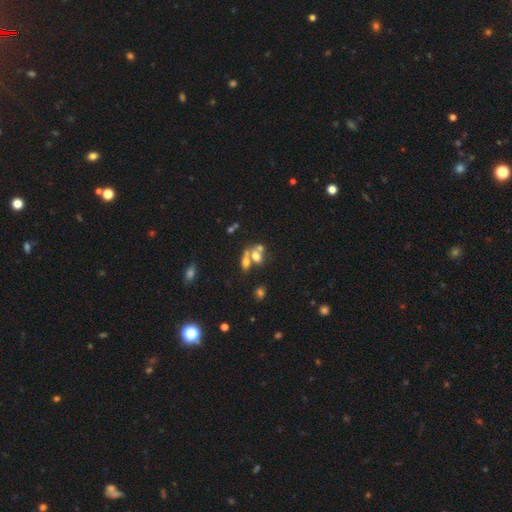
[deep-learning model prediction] A smooth galaxy with no disk features (57%) that is in between round and cigar-shaped (65%). Merging: merger (55%).